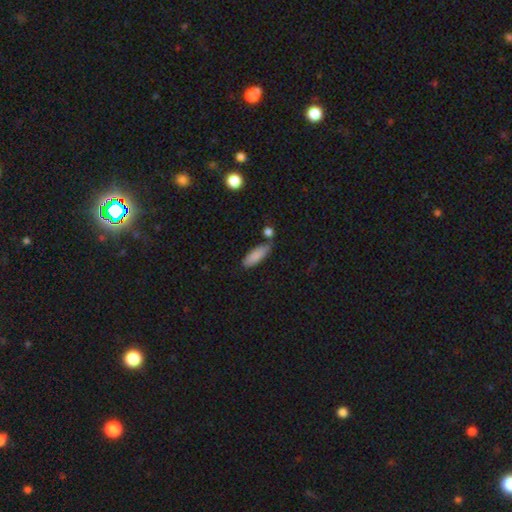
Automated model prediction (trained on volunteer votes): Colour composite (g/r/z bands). It shows a smooth galaxy with no disk features (86%) that is in between round and cigar-shaped (59%). Merging: none (68%).